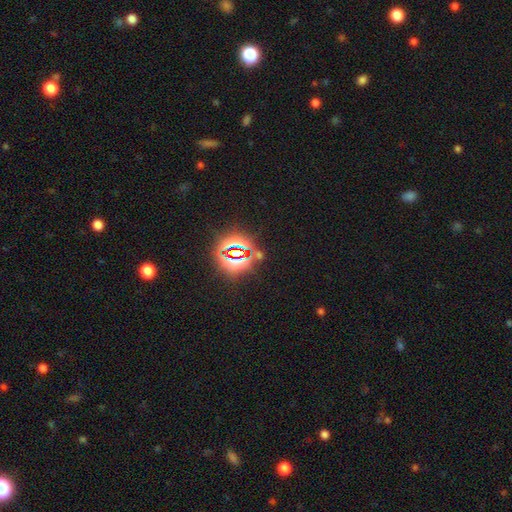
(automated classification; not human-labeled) The model was most divided on "smooth or featured": star or artifact: 78%, smooth: 14%, featured or disk: 8%.